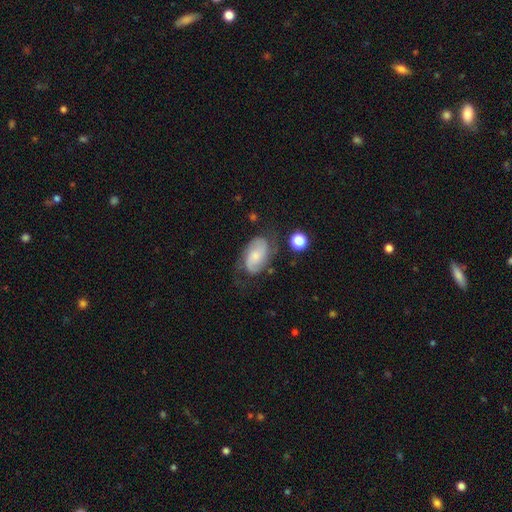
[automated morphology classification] smooth-or-featured: featured or disk: 65% | smooth: 27% | star or artifact: 8%
  disk-edge-on: no: 97% | yes: 3%
    bar: no: 59% | weak: 33% | strong: 8%
    has-spiral-arms: yes: 92% | no: 8%
      spiral-winding: medium: 46% | tight: 28% | loose: 26%
      spiral-arm-count: 2: 84% | can't tell: 9% | 1: 3% | 3: 2% | 4: 1% | more than 4: 1%
    bulge-size: small: 52% | moderate: 30% | none: 11% | large: 5% | dominant: 2%
  merging: none: 63% | minor disturbance: 23% | major disturbance: 11% | merger: 3%